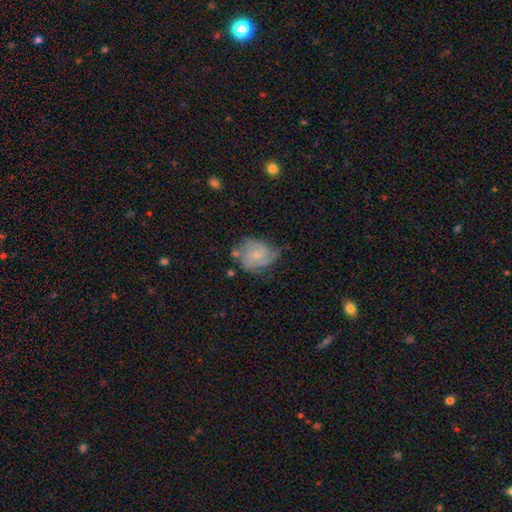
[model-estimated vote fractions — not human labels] Smooth or featured? featured or disk (71%)
Edge-on disk? no (98%)
Bar? no (72%)
Spiral arms? yes (92%)
Spiral winding? tight (47%)
Spiral arm count? 3 (36%)
Bulge size? small (67%)
Merging? none (56%)